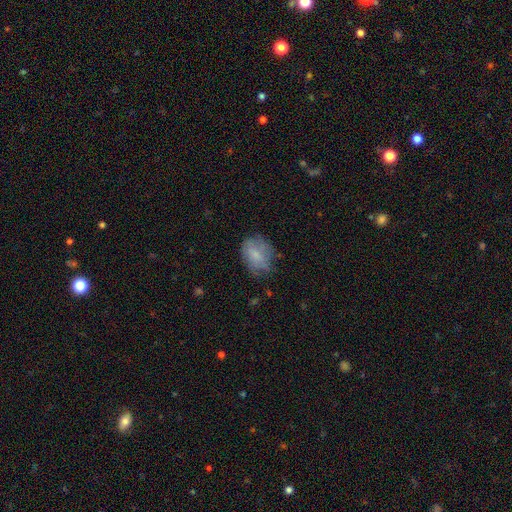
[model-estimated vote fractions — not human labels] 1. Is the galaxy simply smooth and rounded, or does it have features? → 70% smooth, 22% featured or disk, 8% star or artifact.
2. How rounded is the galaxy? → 64% in between, 35% round, 1% cigar-shaped.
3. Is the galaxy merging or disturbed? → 60% none, 28% minor disturbance, 10% major disturbance, 1% merger.